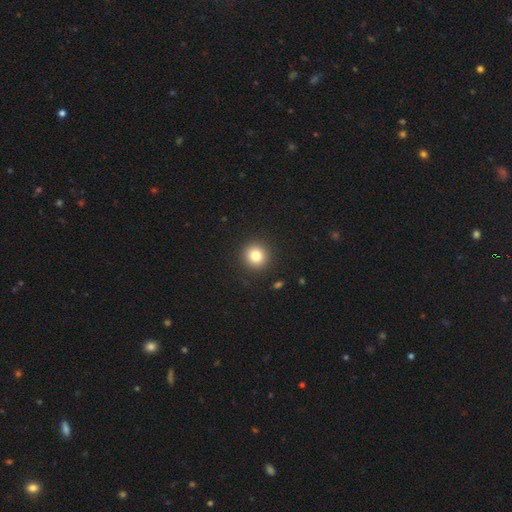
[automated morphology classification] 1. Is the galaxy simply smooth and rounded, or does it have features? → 81% smooth, 11% star or artifact, 8% featured or disk.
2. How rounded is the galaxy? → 93% round, 6% in between, 1% cigar-shaped.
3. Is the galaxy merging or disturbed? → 92% none, 5% minor disturbance, 2% major disturbance, 1% merger.